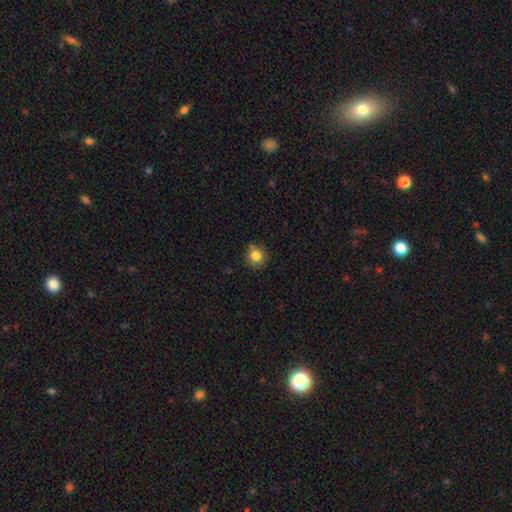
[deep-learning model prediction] This appears to be a smooth galaxy with no disk features (82%) that is round (90%). Merging: none (80%).